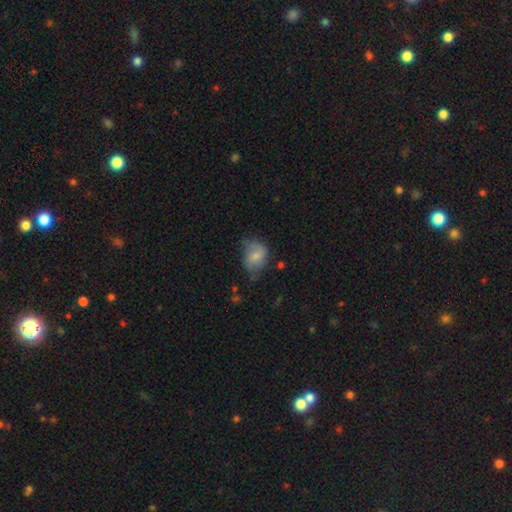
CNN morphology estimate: The model was most divided on "merging": none: 39%, minor disturbance: 38%, major disturbance: 20%, merger: 3%. More confident: how rounded — in between (64%); smooth or featured — smooth (58%).